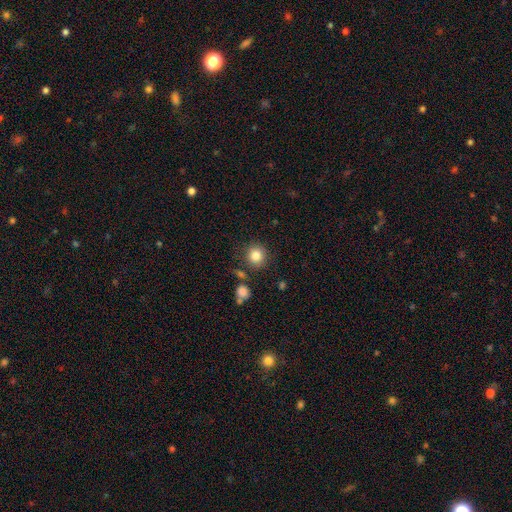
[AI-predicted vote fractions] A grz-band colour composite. It shows a smooth galaxy with no disk features (83%) that is round (90%). Merging: none (83%).